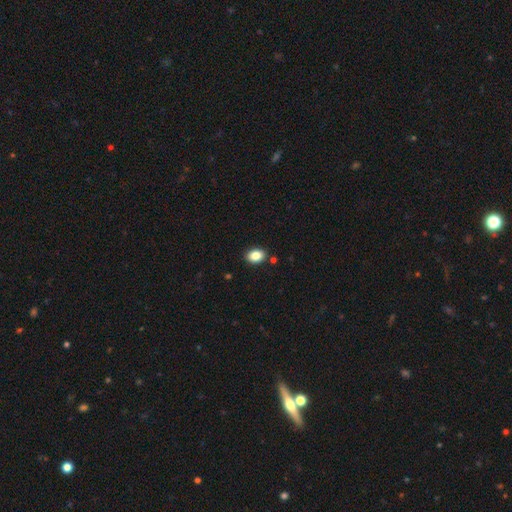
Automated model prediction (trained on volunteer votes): Morphology: type=smooth (86%); roundness=in between (74%); merging=none (88%).